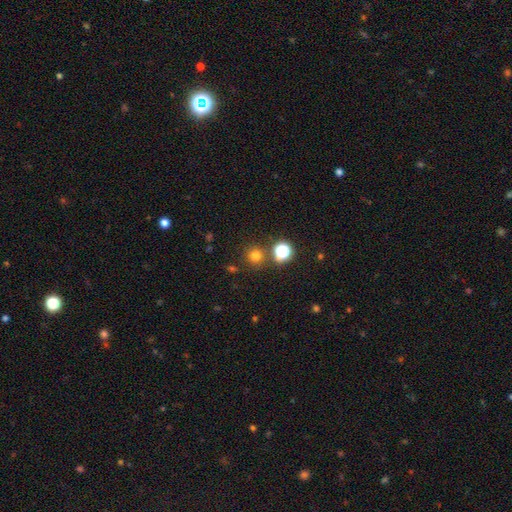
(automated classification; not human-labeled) Smooth or featured? Predicted: smooth (p=0.73). How rounded? Predicted: round (p=0.93). Merging? Predicted: none (p=0.82).